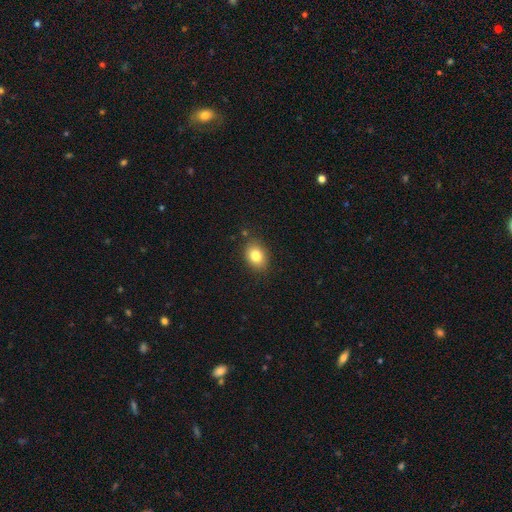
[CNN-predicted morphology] Q: Smooth or featured?
A: smooth (81%); runner-up: star or artifact (10%)
Q: How rounded?
A: in between (65%); runner-up: round (34%)
Q: Merging?
A: none (84%); runner-up: minor disturbance (11%)